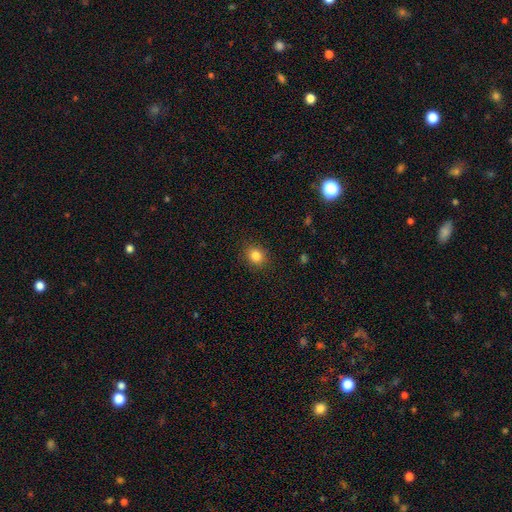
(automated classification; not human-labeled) Smooth or featured: smooth — 83% (star or artifact — 11%)
How rounded: round — 73% (in between — 26%)
Merging: none — 89% (minor disturbance — 8%)